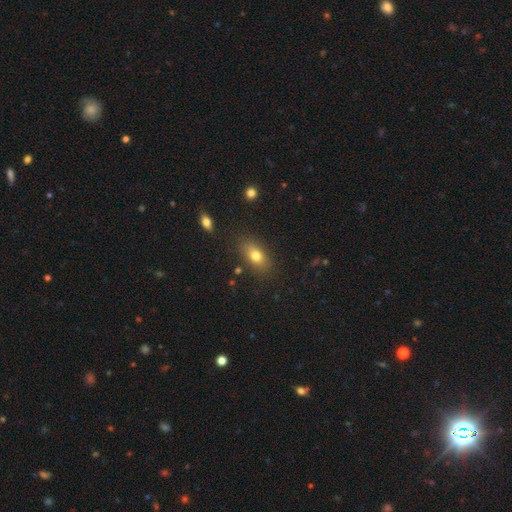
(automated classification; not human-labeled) Overall: smooth (76%). How rounded: in between (81%). Merging: none (81%).